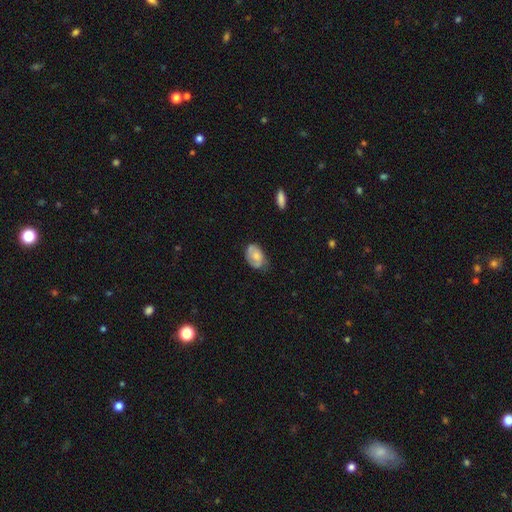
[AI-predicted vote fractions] The model was most divided on "merging": none: 54%, minor disturbance: 34%, major disturbance: 9%, merger: 3%. More confident: how rounded — in between (84%); smooth or featured — smooth (57%).